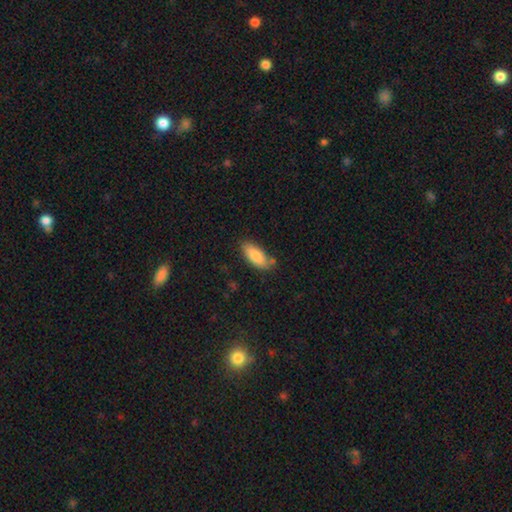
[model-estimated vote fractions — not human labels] Q: Smooth or featured?
A: smooth (85%); runner-up: featured or disk (9%)
Q: How rounded?
A: in between (77%); runner-up: cigar-shaped (22%)
Q: Merging?
A: none (75%); runner-up: minor disturbance (17%)